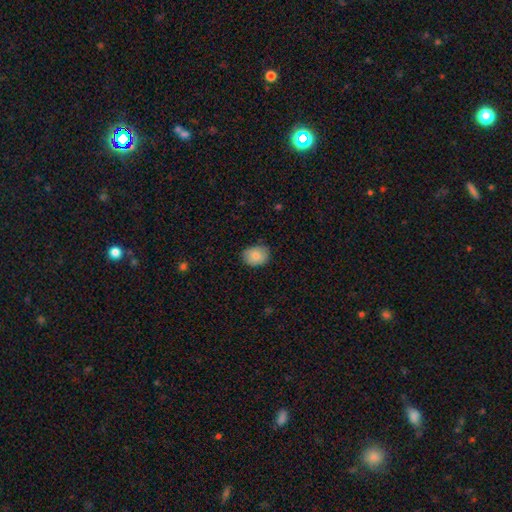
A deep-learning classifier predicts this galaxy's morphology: The model was most divided on "how rounded": in between: 56%, round: 43%, cigar-shaped: 1%. More confident: smooth or featured — smooth (84%); merging — none (77%).